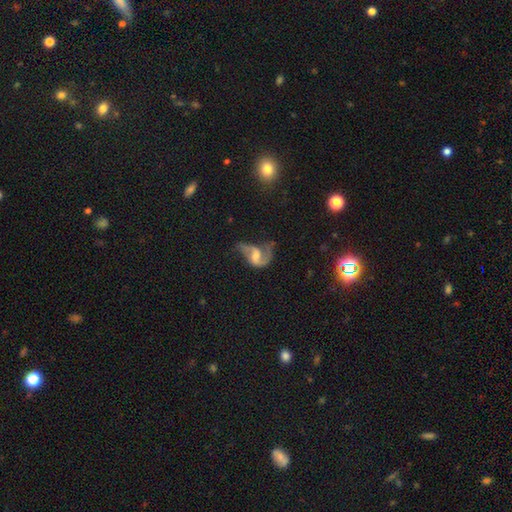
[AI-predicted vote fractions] Smooth or featured: featured or disk — 75% (smooth — 16%)
Edge-on disk: no — 97% (yes — 3%)
Bar: weak — 48% (no — 37%)
Spiral arms: yes — 88% (no — 12%)
Spiral winding: loose — 61% (medium — 32%)
Spiral arm count: 2 — 77% (1 — 14%)
Bulge size: moderate — 37% (small — 31%)
Merging: major disturbance — 40% (none — 31%)